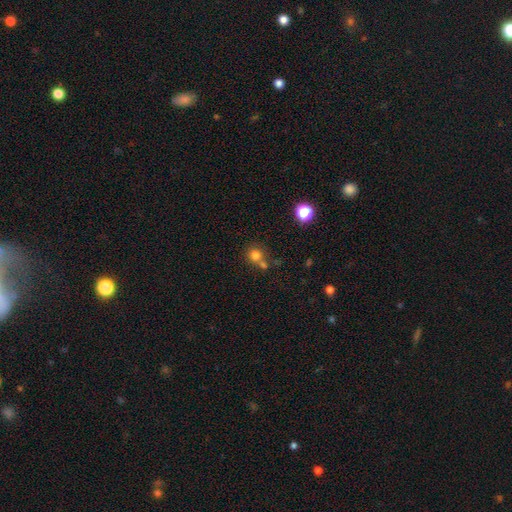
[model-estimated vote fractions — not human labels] smooth 76%, star or artifact 15%, featured or disk 9%. Down the decision tree: how rounded — round (89%); merging — none (57%).